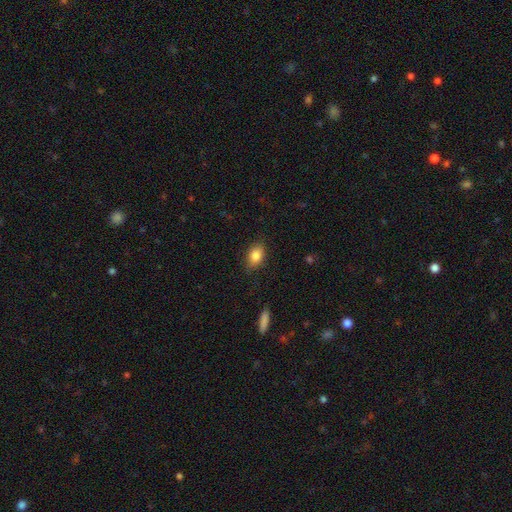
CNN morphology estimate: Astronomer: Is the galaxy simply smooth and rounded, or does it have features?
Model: smooth — 84%.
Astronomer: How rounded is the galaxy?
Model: in between — 81%.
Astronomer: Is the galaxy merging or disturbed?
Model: none — 83%.